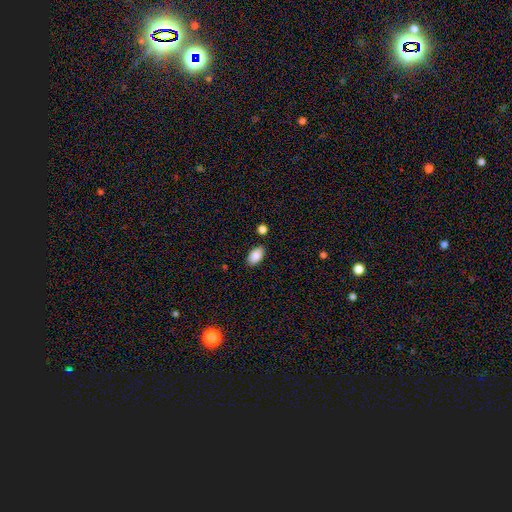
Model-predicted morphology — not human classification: This appears to be a smooth galaxy with no disk features (88%) that is in between round and cigar-shaped (94%). Merging: none (85%).